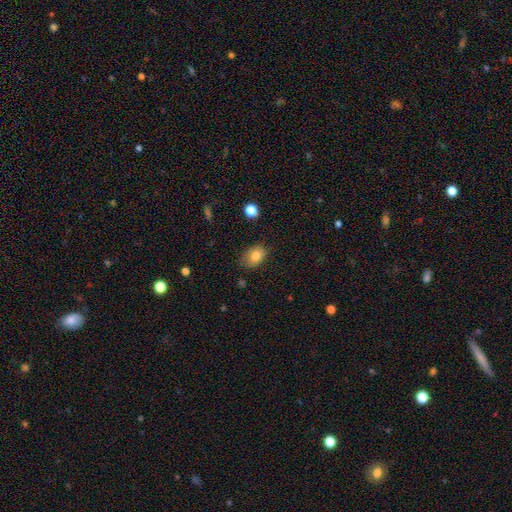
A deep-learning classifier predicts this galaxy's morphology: Smooth or featured: smooth — 81% (featured or disk — 10%)
How rounded: in between — 78% (round — 21%)
Merging: none — 71% (minor disturbance — 23%)